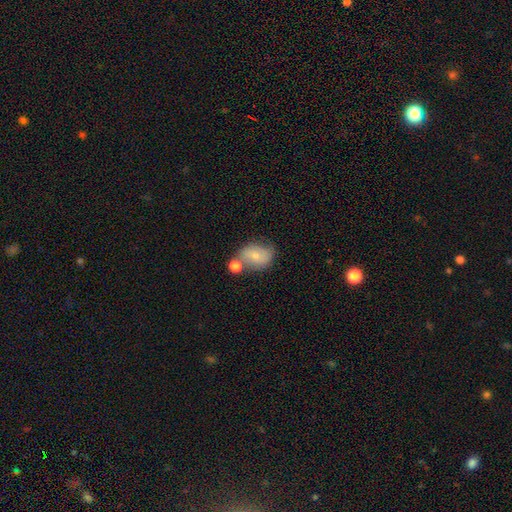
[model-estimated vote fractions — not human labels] Morphology: type=smooth (62%); roundness=in between (66%); merging=none (50%).